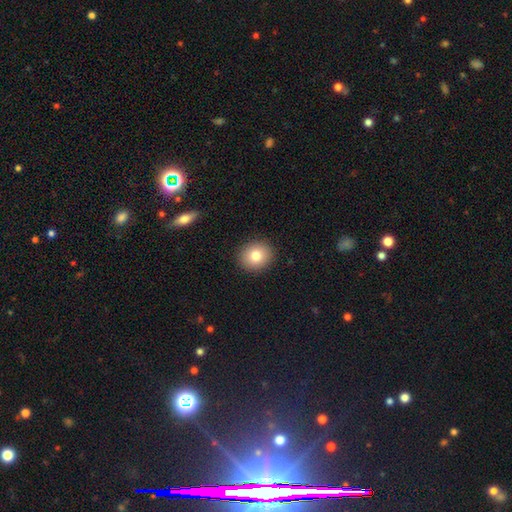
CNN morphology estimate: smooth 80%, featured or disk 10%, star or artifact 10%. Down the decision tree: how rounded — round (78%); merging — none (91%).